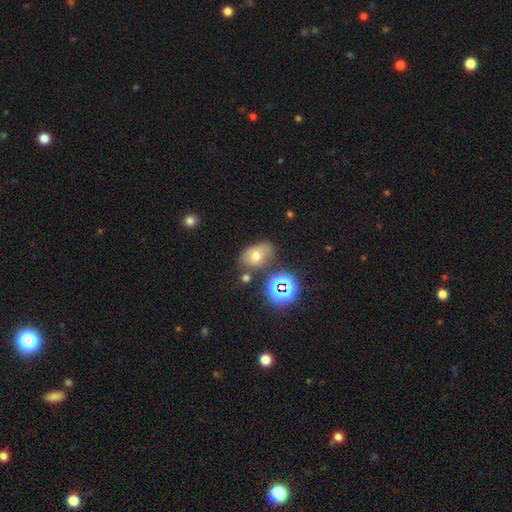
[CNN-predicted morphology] type=smooth (60%); roundness=in between (78%); merging=none (62%).